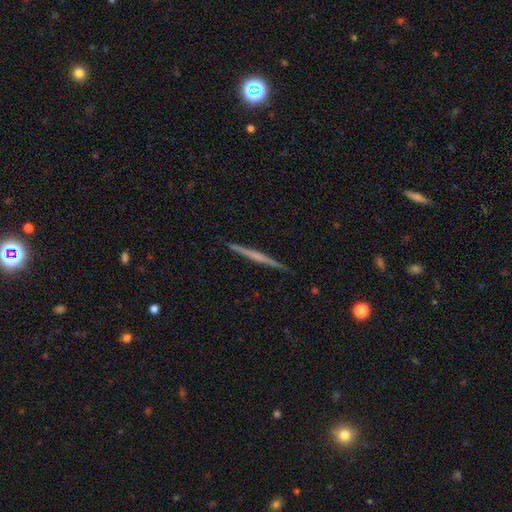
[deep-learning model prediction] A featured or disk galaxy (63%) viewed edge-on (98%) with no central bulge (73%).

Vote fractions:
- Smooth or featured? featured or disk: 63% / smooth: 32% / star or artifact: 6%
- Edge-on disk? yes: 98% / no: 2%
- Edge-on bulge? none: 73% / rounded: 19% / boxy: 8%
- Merging? none: 92% / minor disturbance: 6% / major disturbance: 1% / merger: 1%